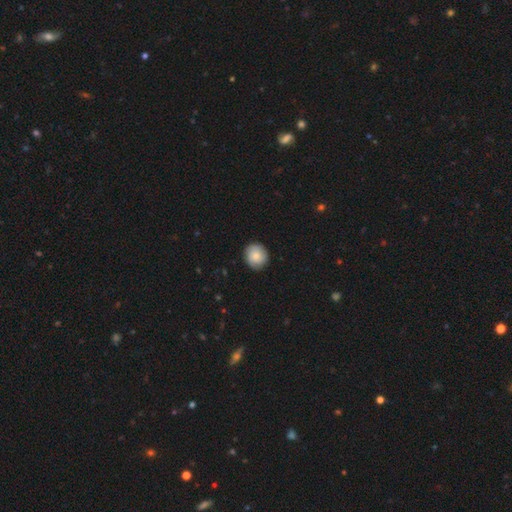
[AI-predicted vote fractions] smooth_or_featured: smooth (p=0.80) [alt: featured or disk p=0.14]
how_rounded: round (p=0.88) [alt: in between p=0.11]
merging: none (p=0.86) [alt: minor disturbance p=0.11]